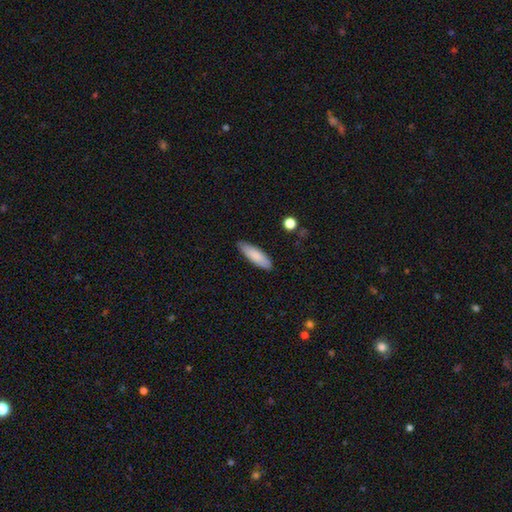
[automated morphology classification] A smooth galaxy with no disk features (84%) that is cigar-shaped (54%).

Vote fractions:
- Smooth or featured? smooth: 84% / featured or disk: 11% / star or artifact: 5%
- How rounded? cigar-shaped: 54% / in between: 45% / round: 1%
- Merging? none: 85% / minor disturbance: 12% / major disturbance: 2% / merger: 1%